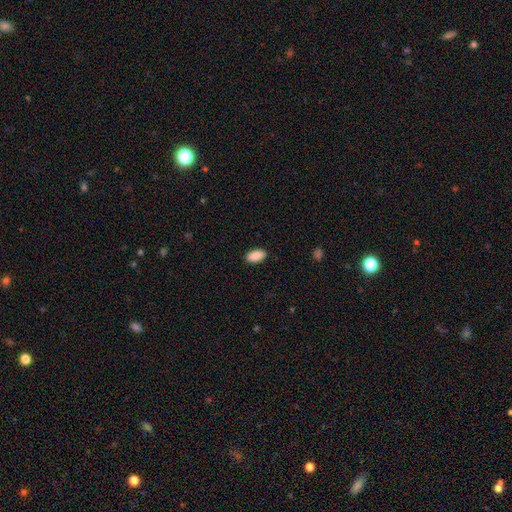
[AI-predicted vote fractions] smooth_or_featured: smooth (p=0.88) [alt: star or artifact p=0.07]
how_rounded: in between (p=0.93) [alt: cigar-shaped p=0.04]
merging: none (p=0.89) [alt: minor disturbance p=0.08]